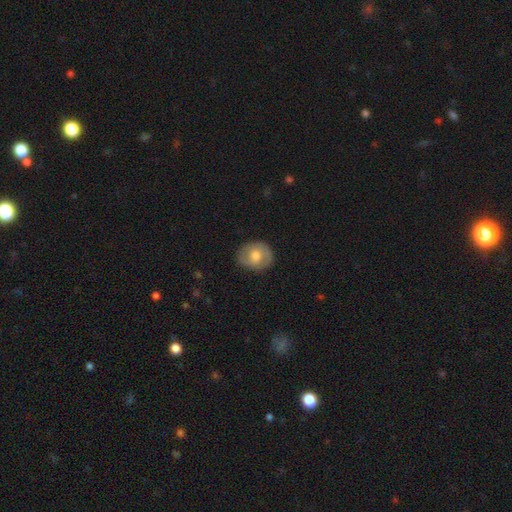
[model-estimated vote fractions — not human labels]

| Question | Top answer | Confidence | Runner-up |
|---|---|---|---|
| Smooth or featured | smooth | 48% | featured or disk (45%) |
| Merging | none | 82% | minor disturbance (13%) |